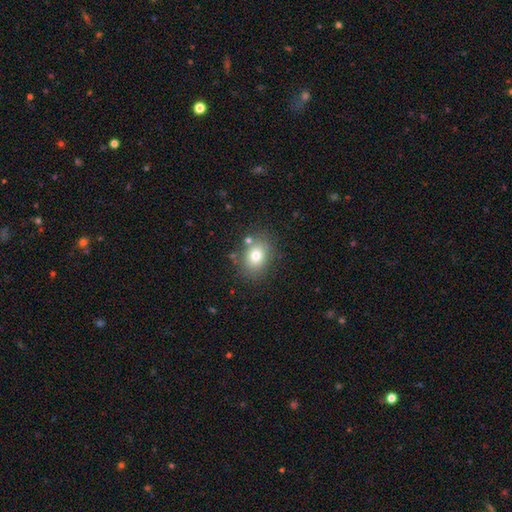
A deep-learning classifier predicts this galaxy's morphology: The model was most divided on "how rounded": in between: 58%, round: 41%, cigar-shaped: 1%. More confident: merging — none (79%); smooth or featured — smooth (77%).